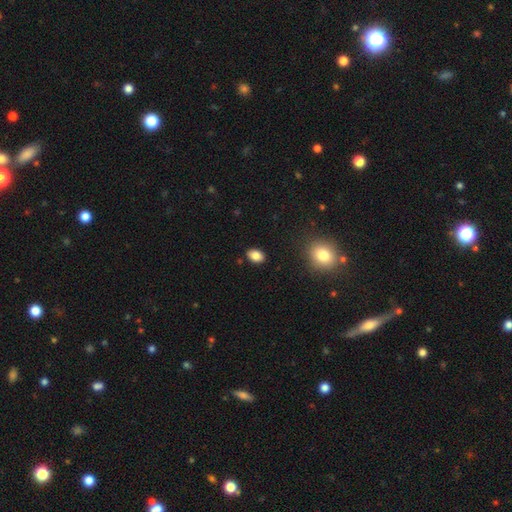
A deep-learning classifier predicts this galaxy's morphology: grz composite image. It shows a smooth galaxy with no disk features (86%) that is in between round and cigar-shaped (81%). Merging: none (88%).